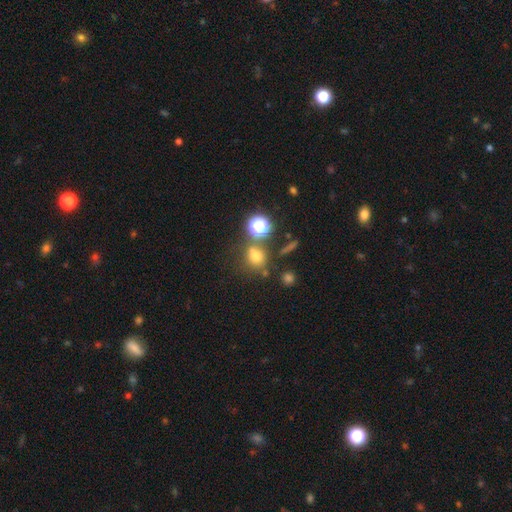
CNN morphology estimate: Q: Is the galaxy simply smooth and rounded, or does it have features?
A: smooth — 67%.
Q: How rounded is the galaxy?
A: round — 70%.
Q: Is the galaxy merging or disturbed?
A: none — 63%.